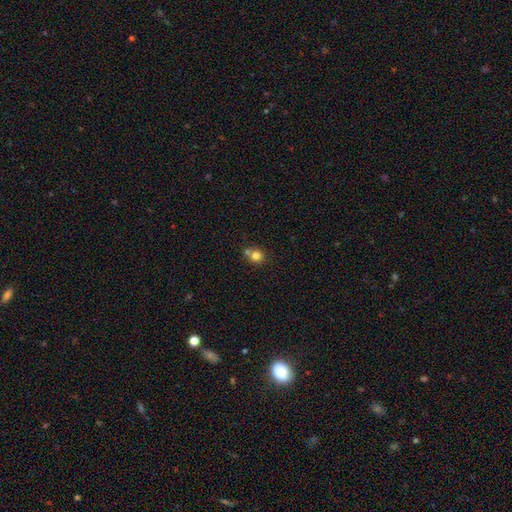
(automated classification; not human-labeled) Smooth or featured: smooth — 79% (star or artifact — 12%)
How rounded: round — 86% (in between — 13%)
Merging: none — 56% (merger — 32%)